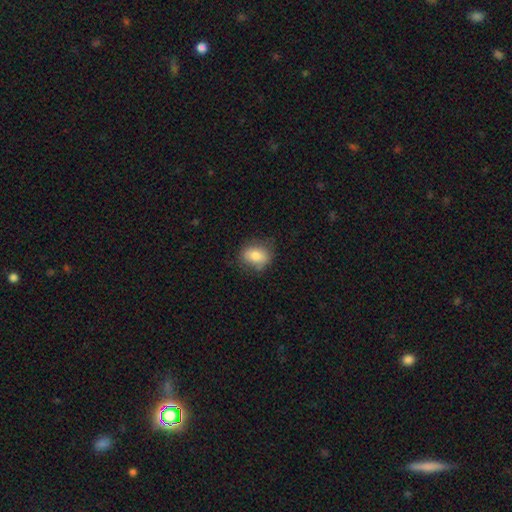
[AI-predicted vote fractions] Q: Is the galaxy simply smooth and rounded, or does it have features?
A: smooth — 80%.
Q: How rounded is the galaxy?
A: in between — 61%.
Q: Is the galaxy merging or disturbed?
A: none — 71%.